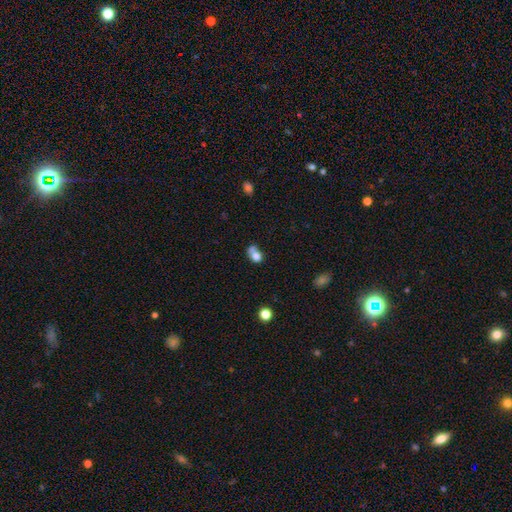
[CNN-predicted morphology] Smooth or featured? Predicted: smooth (p=0.73). How rounded? Predicted: round (p=0.53). Merging? Predicted: merger (p=0.55).